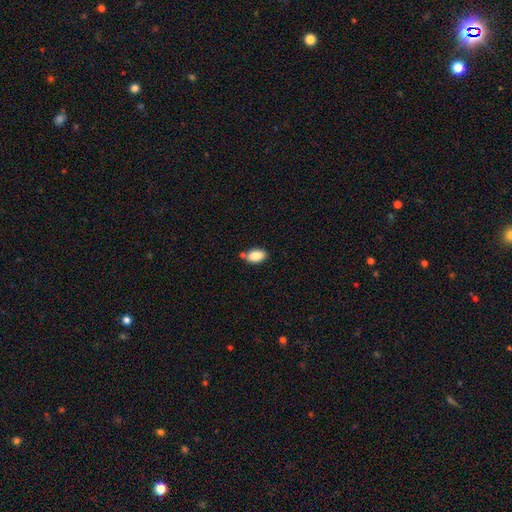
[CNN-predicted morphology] A smooth galaxy with no disk features (86%) that is in between round and cigar-shaped (91%).

Vote fractions:
- Smooth or featured? smooth: 86% / star or artifact: 7% / featured or disk: 6%
- How rounded? in between: 91% / round: 7% / cigar-shaped: 2%
- Merging? none: 72% / minor disturbance: 15% / merger: 10% / major disturbance: 3%